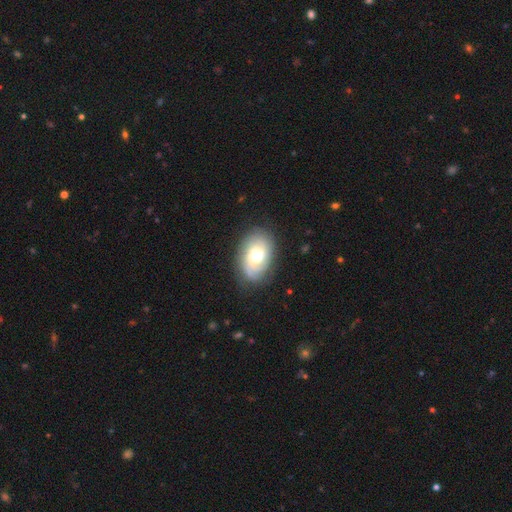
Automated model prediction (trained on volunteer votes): A featured or disk galaxy (61%) with no bar (76%), spiral arms (80%) and a moderate central bulge (71%).

Vote fractions:
- Smooth or featured? featured or disk: 61% / smooth: 32% / star or artifact: 7%
- Edge-on disk? no: 95% / yes: 5%
- Bar? no: 76% / weak: 20% / strong: 4%
- Spiral arms? yes: 80% / no: 20%
- Bulge size? moderate: 71% / large: 17% / small: 9% / dominant: 1% / none: 1%
- Merging? none: 78% / minor disturbance: 15% / major disturbance: 6% / merger: 1%